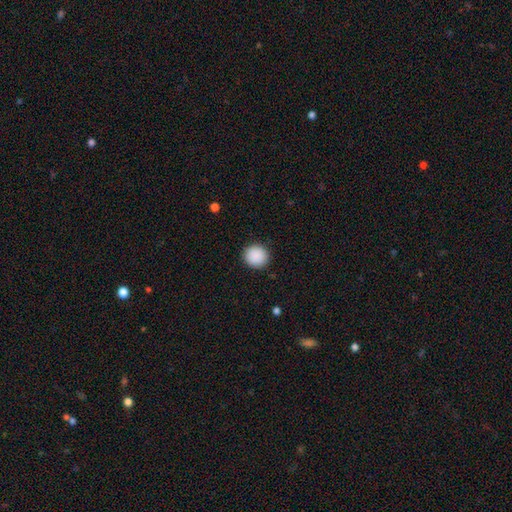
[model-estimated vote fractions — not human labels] Overall: smooth (90%). How rounded: round (91%). Merging: none (92%).